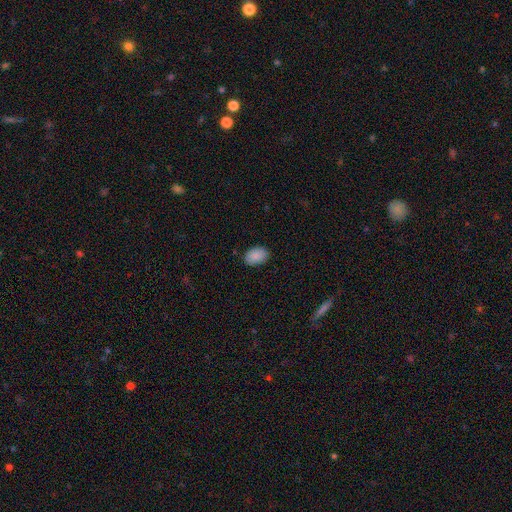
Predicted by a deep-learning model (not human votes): A smooth galaxy with no disk features (90%) that is in between round and cigar-shaped (88%).

Vote fractions:
- Smooth or featured? smooth: 90% / star or artifact: 7% / featured or disk: 3%
- How rounded? in between: 88% / round: 11% / cigar-shaped: 1%
- Merging? none: 85% / minor disturbance: 11% / major disturbance: 2% / merger: 1%